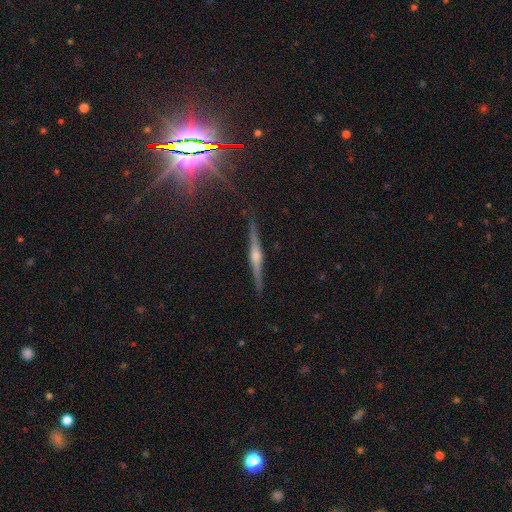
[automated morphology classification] Smooth or featured?
  - featured or disk: 79% *
  - smooth: 11%
  - star or artifact: 10%
Edge-on disk?
  - yes: 98% *
  - no: 2%
Edge-on bulge?
  - rounded: 84% *
  - boxy: 11%
  - none: 5%
Merging?
  - none: 91% *
  - minor disturbance: 7%
  - major disturbance: 1%
  - merger: 1%